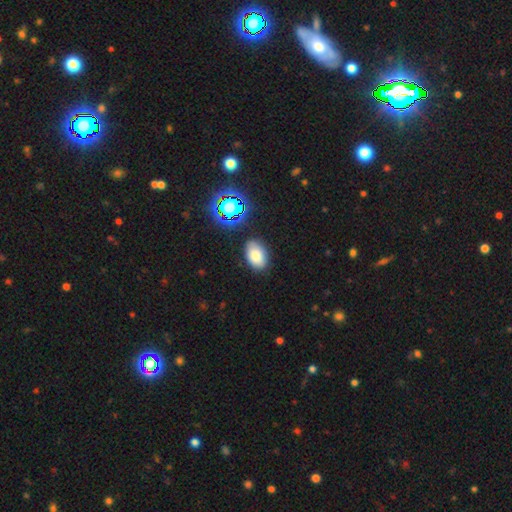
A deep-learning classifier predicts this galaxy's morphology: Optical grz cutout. It shows a smooth galaxy with no disk features (80%) that is in between round and cigar-shaped (89%). Merging: none (85%).